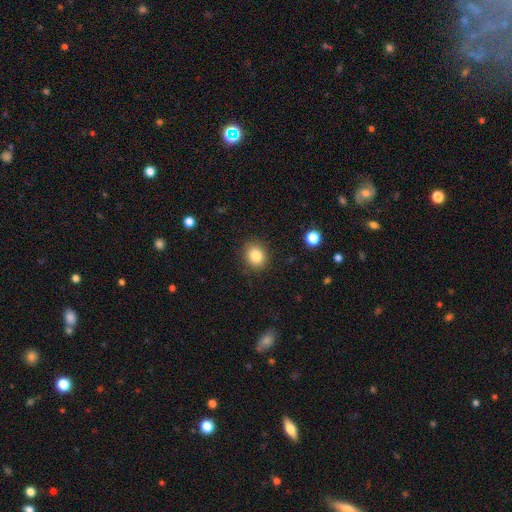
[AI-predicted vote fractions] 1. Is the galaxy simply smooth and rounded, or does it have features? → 83% smooth, 10% star or artifact, 6% featured or disk.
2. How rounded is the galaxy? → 68% round, 31% in between, 1% cigar-shaped.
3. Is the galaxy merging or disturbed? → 88% none, 8% minor disturbance, 2% major disturbance, 1% merger.